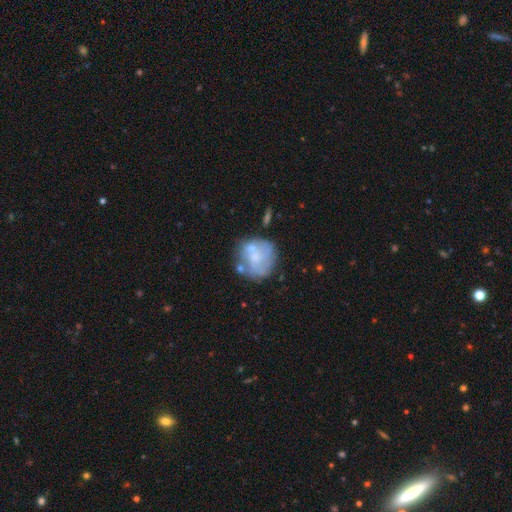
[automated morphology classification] A featured or disk galaxy (51%) with no bar (81%), no spiral arms (68%) and a small central bulge (33%). Merging: none (55%).